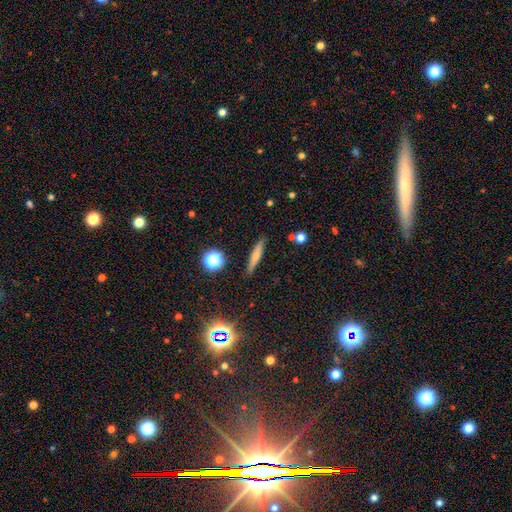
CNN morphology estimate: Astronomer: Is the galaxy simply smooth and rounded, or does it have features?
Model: smooth — 59%.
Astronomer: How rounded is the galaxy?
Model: cigar-shaped — 87%.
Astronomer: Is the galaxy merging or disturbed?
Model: none — 87%.